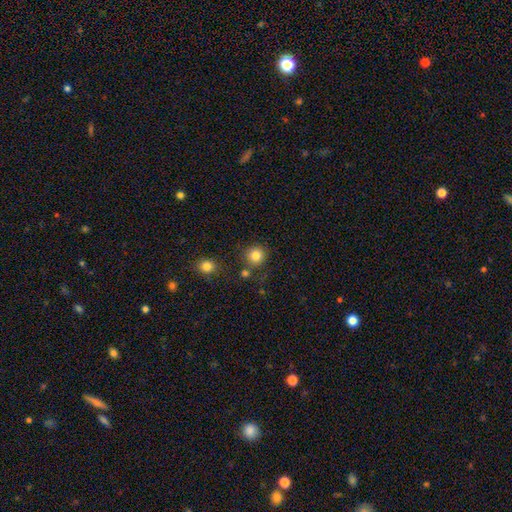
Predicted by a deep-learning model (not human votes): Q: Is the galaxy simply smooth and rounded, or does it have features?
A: smooth — 83%.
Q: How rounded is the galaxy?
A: round — 92%.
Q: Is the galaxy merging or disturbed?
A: none — 80%.